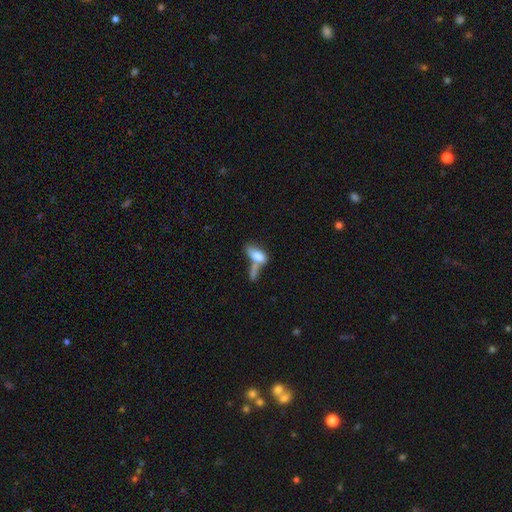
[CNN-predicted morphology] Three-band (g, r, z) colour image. It shows a smooth galaxy with no disk features (72%) that is in between round and cigar-shaped (80%). Merging: merger (55%).